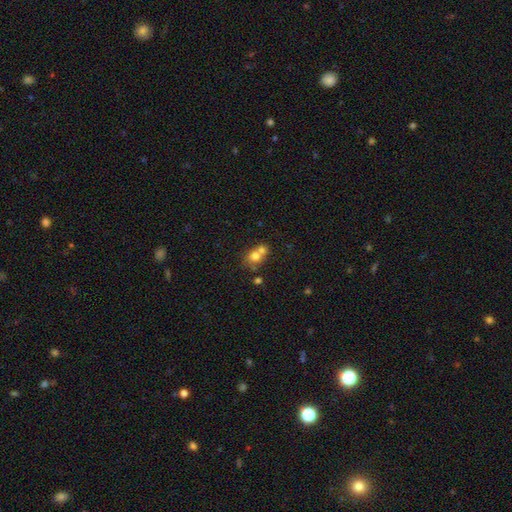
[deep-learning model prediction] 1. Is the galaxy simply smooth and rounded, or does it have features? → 71% smooth, 17% featured or disk, 12% star or artifact.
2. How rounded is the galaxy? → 70% round, 29% in between, 1% cigar-shaped.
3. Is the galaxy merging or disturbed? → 57% merger, 33% none, 7% minor disturbance, 3% major disturbance.